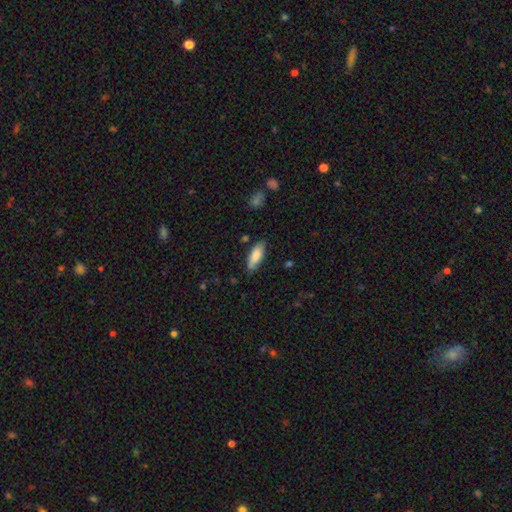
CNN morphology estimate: This appears to be a smooth galaxy with no disk features (84%) that is in between round and cigar-shaped (66%). Merging: none (80%).